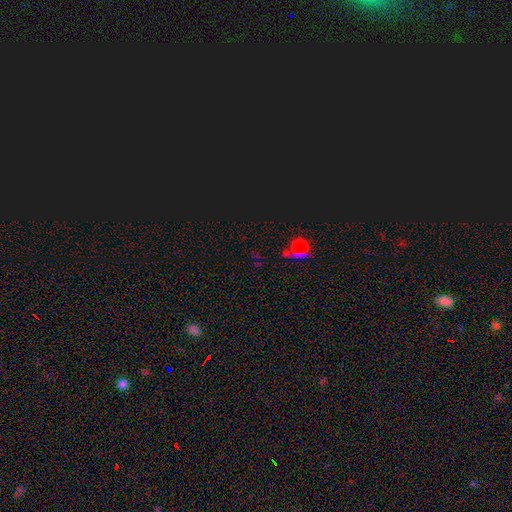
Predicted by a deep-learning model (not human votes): The model was most divided on "smooth or featured": star or artifact: 64%, smooth: 27%, featured or disk: 9%.